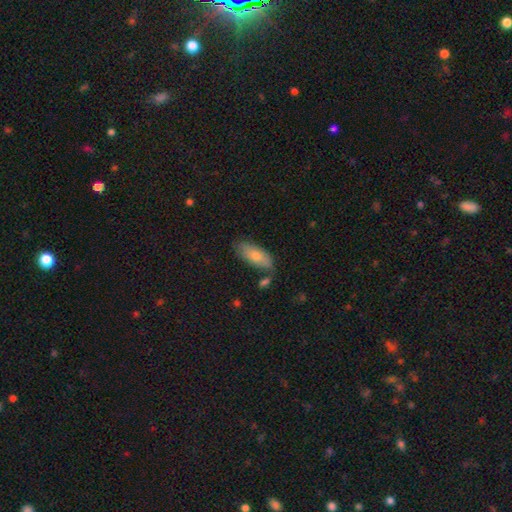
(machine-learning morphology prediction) Smooth or featured: smooth — 72% (featured or disk — 21%)
How rounded: in between — 79% (cigar-shaped — 18%)
Merging: none — 73% (minor disturbance — 17%)